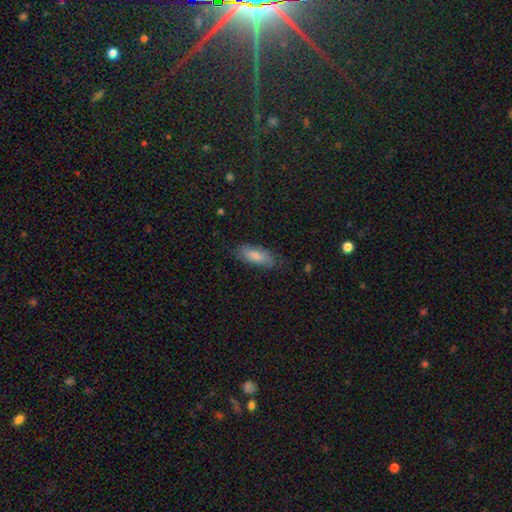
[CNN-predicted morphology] The model was most divided on "merging": none: 69%, minor disturbance: 23%, major disturbance: 6%, merger: 1%. More confident: how rounded — in between (78%); smooth or featured — smooth (75%).